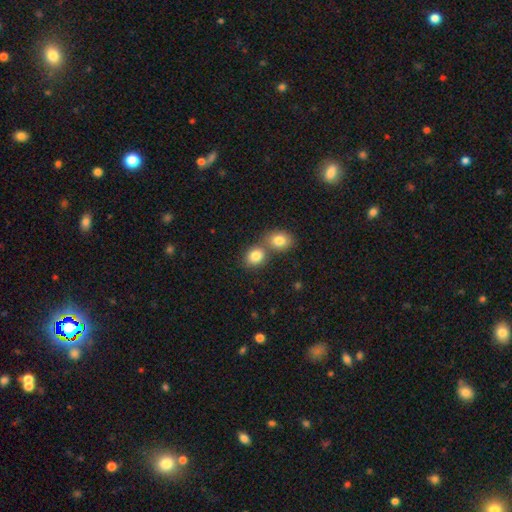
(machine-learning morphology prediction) A smooth galaxy with no disk features (83%) that is round (61%). Merging: none (45%, tied with merger).